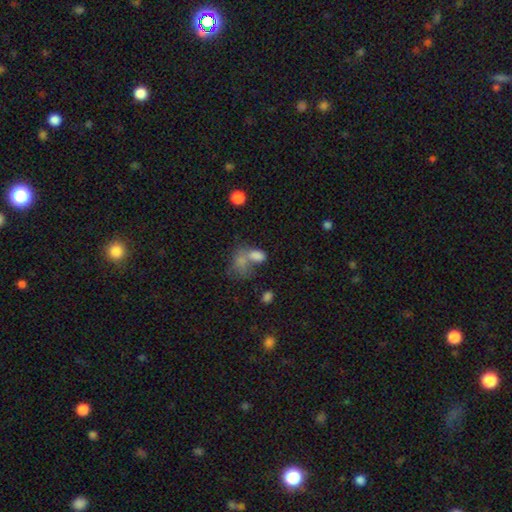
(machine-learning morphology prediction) smooth 76%, star or artifact 13%, featured or disk 11%. Down the decision tree: how rounded — in between (84%); merging — merger (51%).